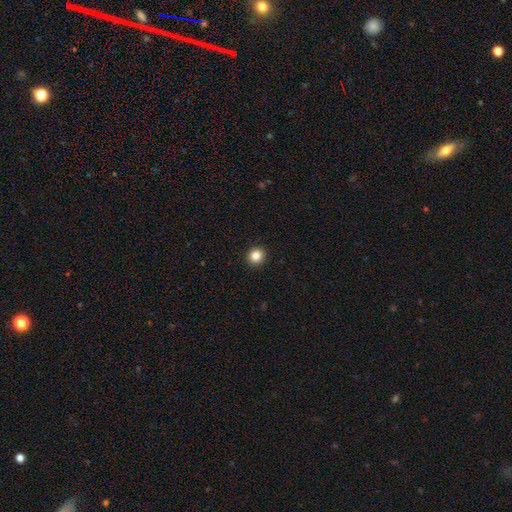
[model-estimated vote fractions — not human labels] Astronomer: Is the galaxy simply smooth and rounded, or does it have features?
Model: smooth — 85%.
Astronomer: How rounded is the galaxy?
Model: round — 92%.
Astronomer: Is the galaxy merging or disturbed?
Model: none — 93%.